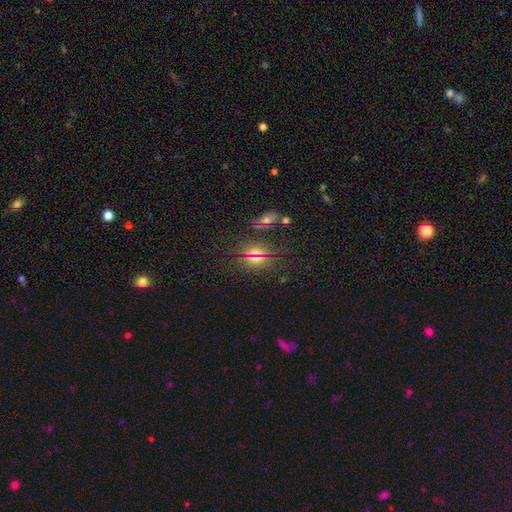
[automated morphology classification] Smooth or featured? Predicted: smooth (p=0.49). Merging? Predicted: none (p=0.75).